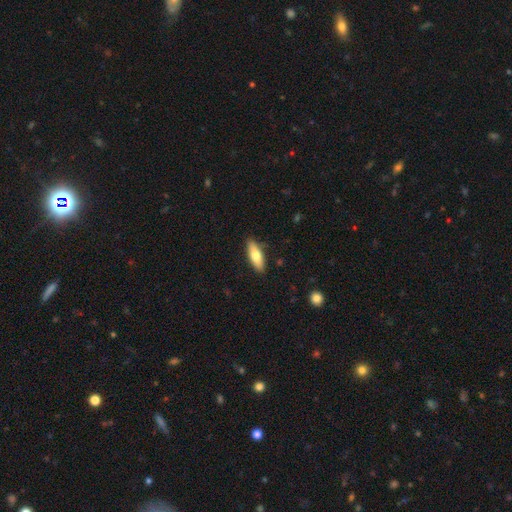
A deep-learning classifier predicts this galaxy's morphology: Q: Smooth or featured?
A: smooth (73%); runner-up: featured or disk (21%)
Q: How rounded?
A: in between (59%); runner-up: cigar-shaped (38%)
Q: Merging?
A: none (86%); runner-up: minor disturbance (11%)